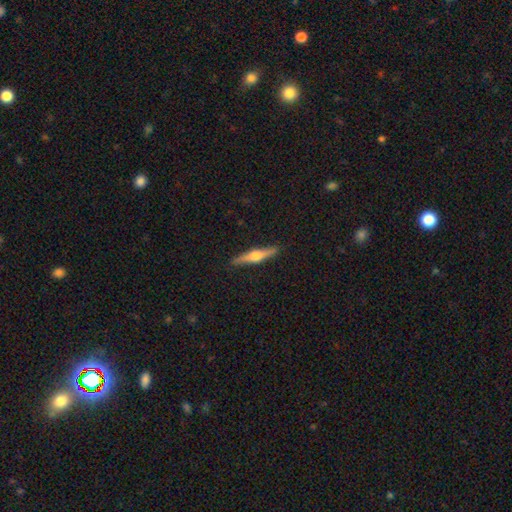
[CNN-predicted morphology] This is likely a featured or disk galaxy (65%). It is clearly viewed edge-on (97%). Edge-on bulge: clearly rounded (91%). Merging: clearly none (91%).